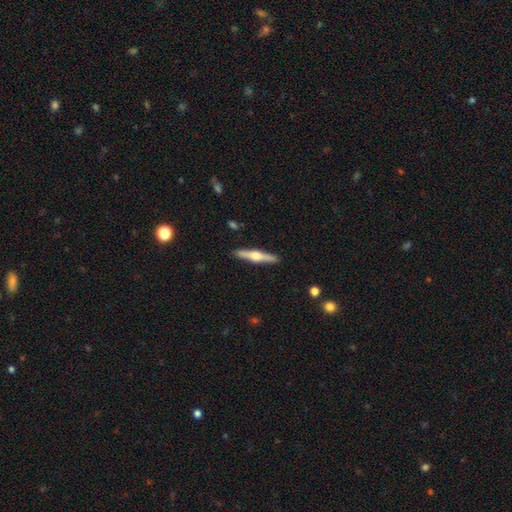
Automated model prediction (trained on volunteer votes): This is likely a featured or disk galaxy (65%). It is clearly viewed edge-on (98%). Edge-on bulge: clearly rounded (93%). Merging: clearly none (91%).